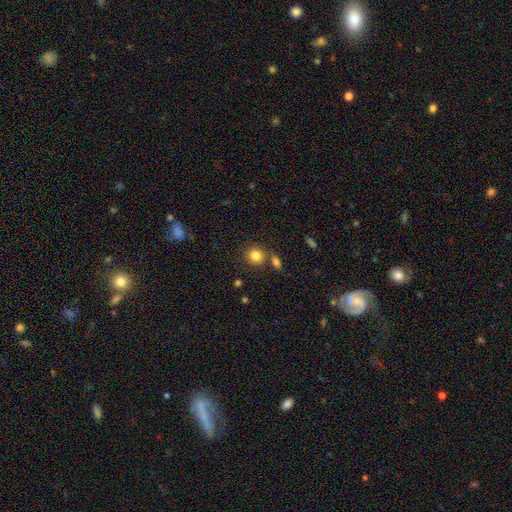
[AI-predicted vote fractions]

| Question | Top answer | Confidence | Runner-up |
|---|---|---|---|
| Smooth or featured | smooth | 83% | star or artifact (10%) |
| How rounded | round | 84% | in between (15%) |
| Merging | none | 73% | merger (15%) |